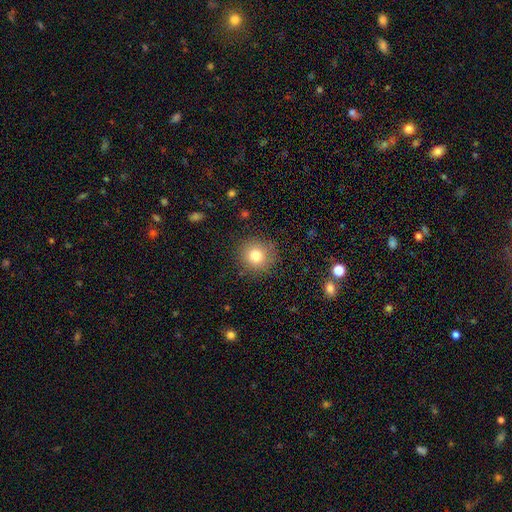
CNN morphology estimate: This appears to be a smooth galaxy with no disk features (79%) that is round (93%). Merging: none (87%).